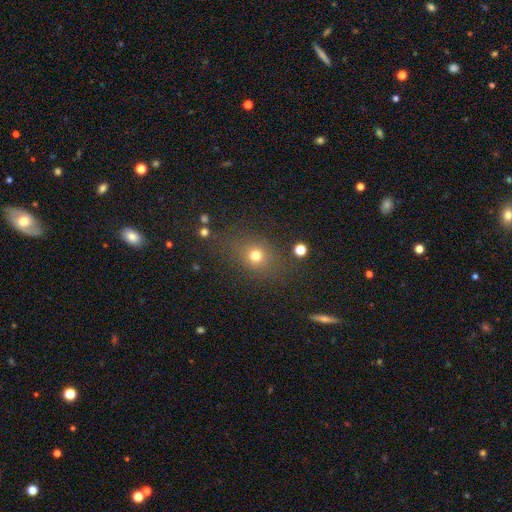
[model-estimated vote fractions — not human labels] Overall: smooth (71%). How rounded: round (64%; in between 34%). Merging: none (73%).